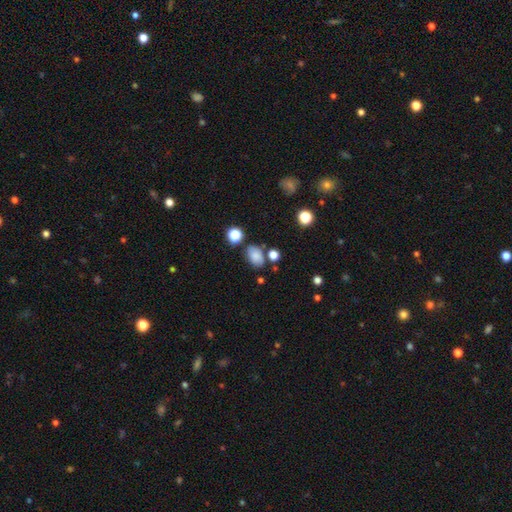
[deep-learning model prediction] Smooth or featured: smooth — 81% (star or artifact — 12%)
How rounded: in between — 80% (round — 19%)
Merging: none — 71% (minor disturbance — 15%)